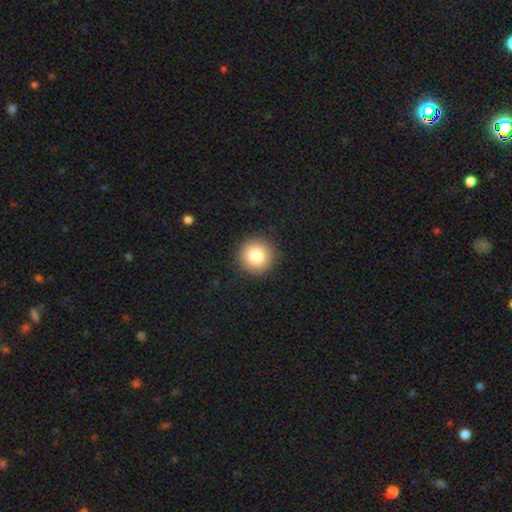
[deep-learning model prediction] Morphology: type=smooth (82%); roundness=round (95%); merging=none (91%).